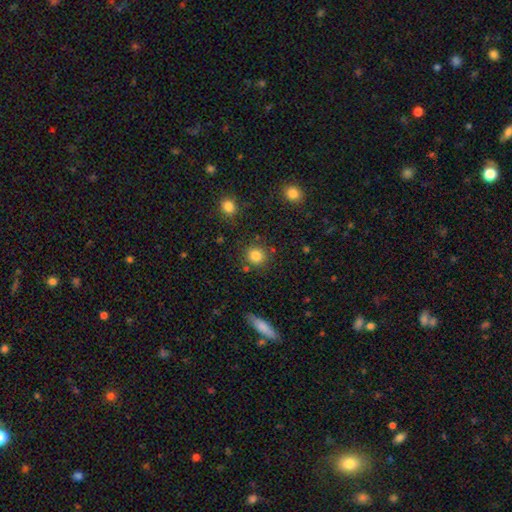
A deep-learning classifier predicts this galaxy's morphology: Smooth or featured? Predicted: smooth (p=0.83). How rounded? Predicted: round (p=0.89). Merging? Predicted: none (p=0.83).